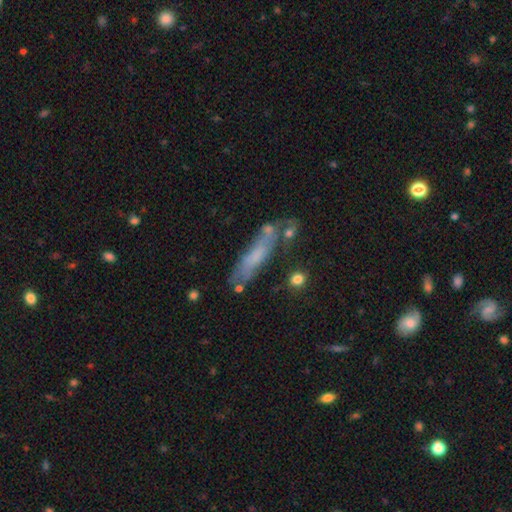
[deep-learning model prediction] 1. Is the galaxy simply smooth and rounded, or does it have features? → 46% smooth, 44% featured or disk, 10% star or artifact.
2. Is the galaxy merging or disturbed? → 58% none, 22% minor disturbance, 11% merger, 10% major disturbance.